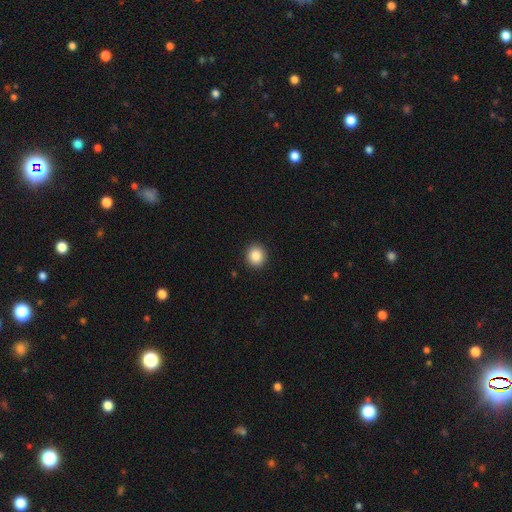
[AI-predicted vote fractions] This appears to be a smooth galaxy with no disk features (87%) that is round (87%). Merging: none (92%).